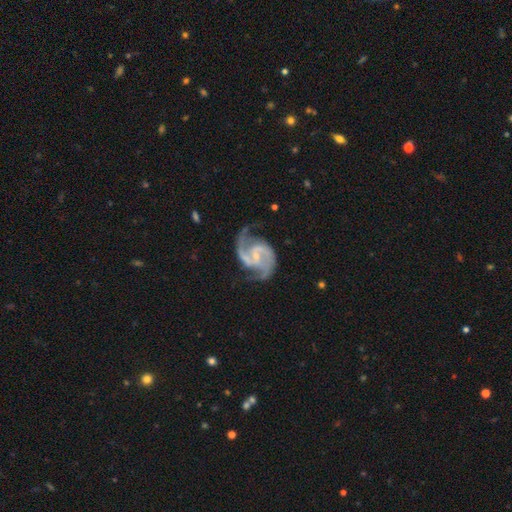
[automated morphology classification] type=featured or disk (93%); edge-on=no (98%); bar=weak (51%); spiral arms=yes (98%); winding=medium (62%); arm count=2 (91%); bulge=small (68%); merging=none (71%).